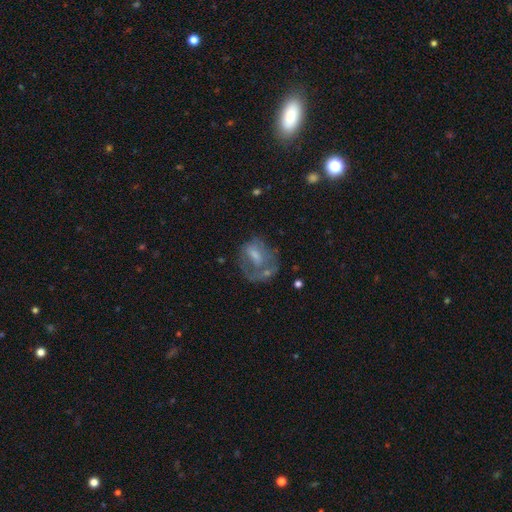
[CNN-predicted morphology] smooth-or-featured: featured or disk: 53% | smooth: 33% | star or artifact: 14%
  disk-edge-on: no: 95% | yes: 5%
    bar: no: 54% | weak: 36% | strong: 11%
    has-spiral-arms: no: 62% | yes: 38%
    bulge-size: moderate: 38% | small: 33% | none: 21% | large: 6% | dominant: 1%
  merging: none: 42% | major disturbance: 30% | minor disturbance: 20% | merger: 8%